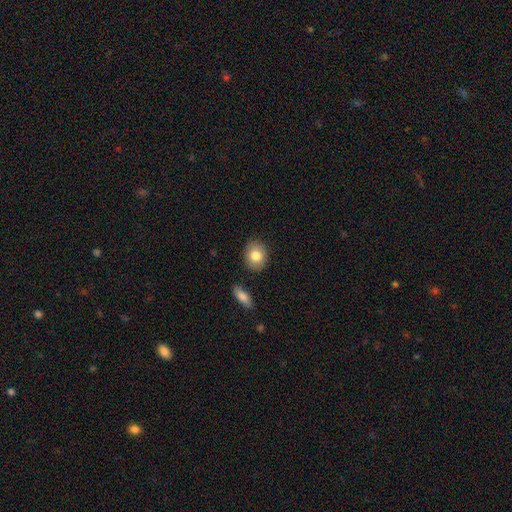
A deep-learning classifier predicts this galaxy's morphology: This is clearly a smooth galaxy (81%). How rounded: possibly round (53%). Merging: clearly none (86%).